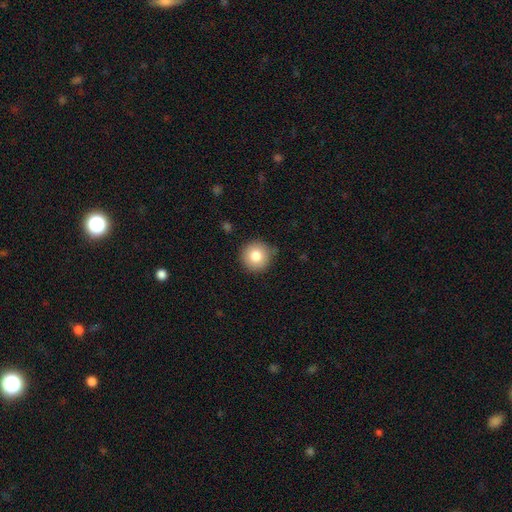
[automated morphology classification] A smooth galaxy with no disk features (82%) that is round (95%). Merging: none (83%).